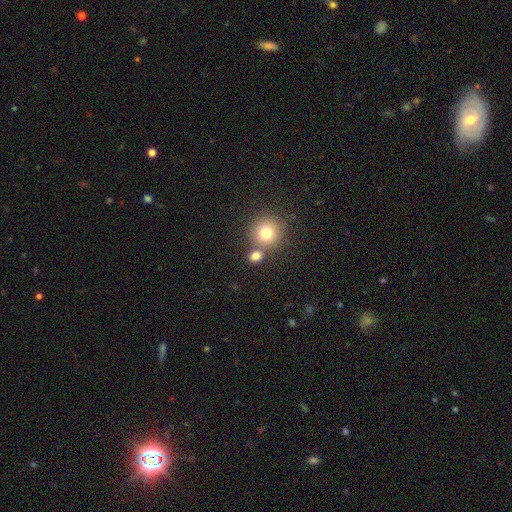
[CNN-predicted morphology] Overall: smooth (79%). How rounded: round (75%). Merging: none (62%; merger 26%).